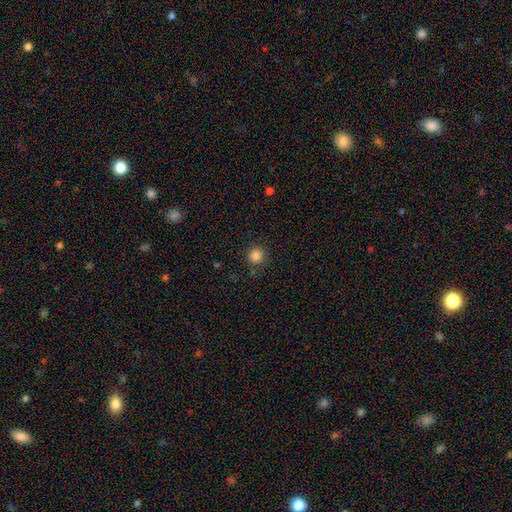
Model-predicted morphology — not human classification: Smooth or featured? Predicted: smooth (p=0.85). How rounded? Predicted: round (p=0.94). Merging? Predicted: none (p=0.84).